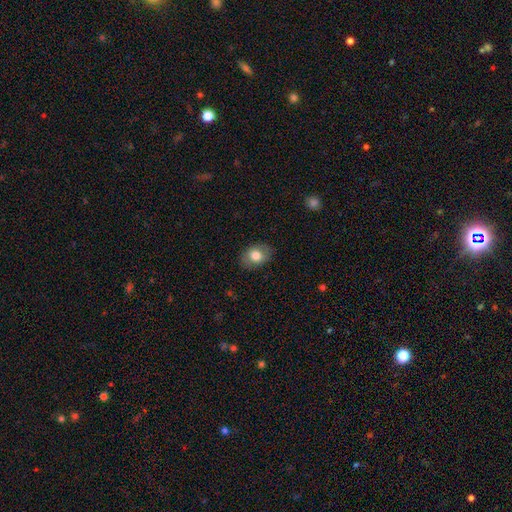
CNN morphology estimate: A smooth galaxy with no disk features (77%) that is in between round and cigar-shaped (74%).

Vote fractions:
- Smooth or featured? smooth: 77% / featured or disk: 15% / star or artifact: 8%
- How rounded? in between: 74% / round: 25% / cigar-shaped: 1%
- Merging? none: 84% / minor disturbance: 12% / major disturbance: 3% / merger: 1%